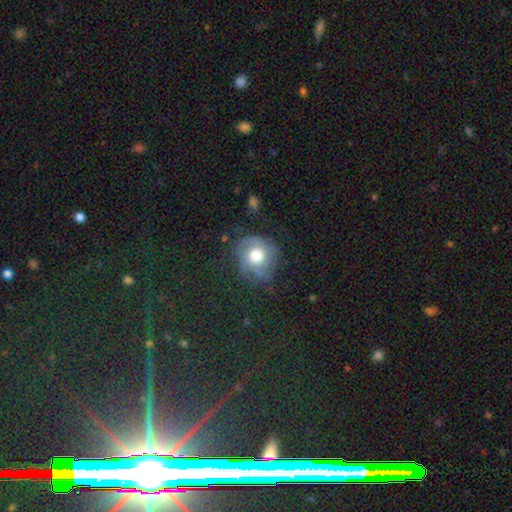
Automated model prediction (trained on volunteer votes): smooth-or-featured: featured or disk: 55% | smooth: 30% | star or artifact: 15%
  disk-edge-on: no: 96% | yes: 4%
    bar: no: 81% | weak: 16% | strong: 3%
    has-spiral-arms: yes: 82% | no: 18%
    bulge-size: moderate: 54% | large: 38% | small: 4% | dominant: 3% | none: 1%
  merging: none: 67% | minor disturbance: 20% | major disturbance: 11% | merger: 2%